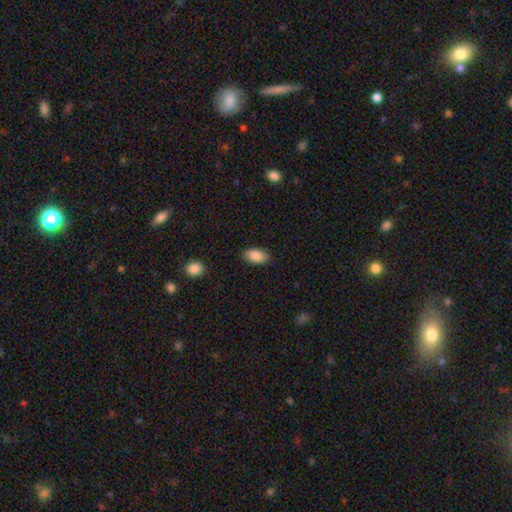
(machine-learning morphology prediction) Smooth or featured: smooth — 88% (star or artifact — 7%)
How rounded: in between — 93% (round — 4%)
Merging: none — 85% (minor disturbance — 11%)